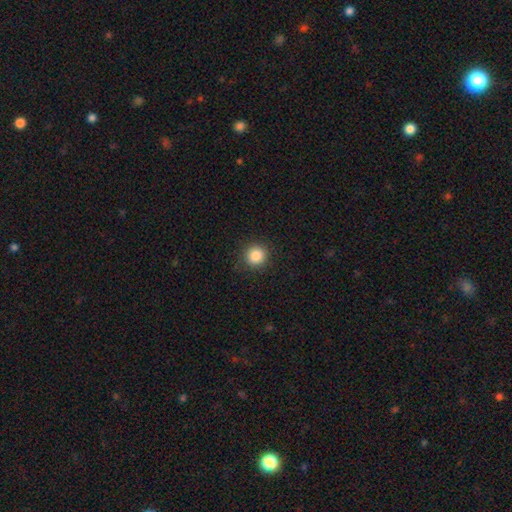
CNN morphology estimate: A smooth galaxy with no disk features (85%) that is round (92%).

Vote fractions:
- Smooth or featured? smooth: 85% / star or artifact: 10% / featured or disk: 4%
- How rounded? round: 92% / in between: 7% / cigar-shaped: 1%
- Merging? none: 90% / minor disturbance: 6% / major disturbance: 2% / merger: 1%